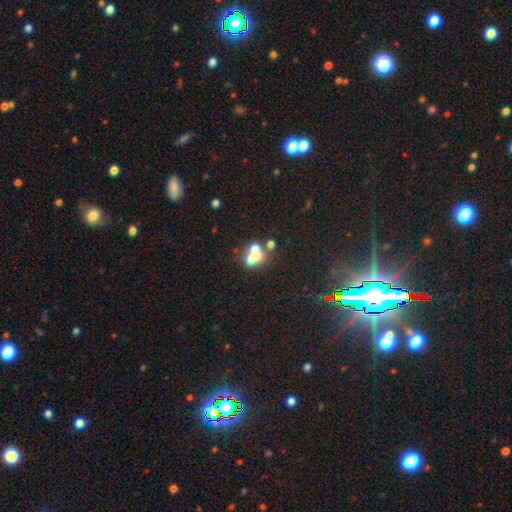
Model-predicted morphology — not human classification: Overall: smooth (50%; featured or disk 32%). How rounded: round (71%). Merging: merger (56%; none 32%).